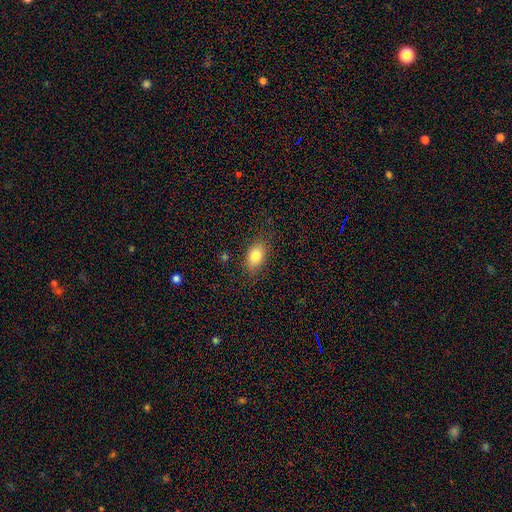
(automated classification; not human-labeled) Q: Smooth or featured?
A: smooth (82%); runner-up: featured or disk (10%)
Q: How rounded?
A: in between (88%); runner-up: round (9%)
Q: Merging?
A: none (82%); runner-up: minor disturbance (14%)